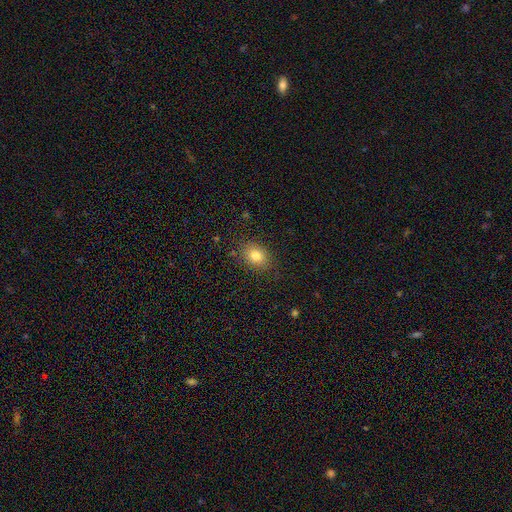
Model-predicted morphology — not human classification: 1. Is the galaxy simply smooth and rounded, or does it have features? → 82% smooth, 10% star or artifact, 8% featured or disk.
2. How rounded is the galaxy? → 58% in between, 40% round, 1% cigar-shaped.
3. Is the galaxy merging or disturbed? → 83% none, 12% minor disturbance, 4% major disturbance, 1% merger.